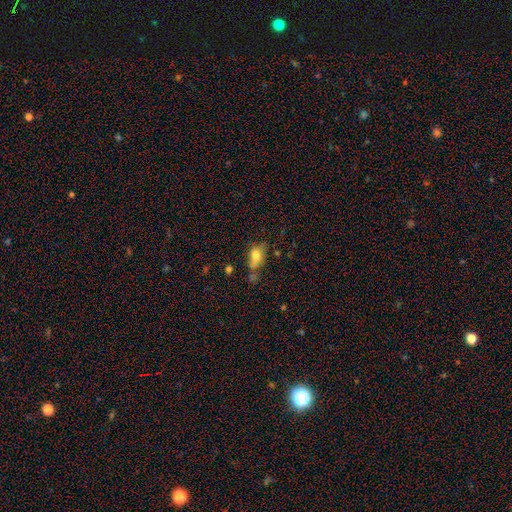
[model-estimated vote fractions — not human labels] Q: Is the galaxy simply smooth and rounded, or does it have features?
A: smooth — 72%.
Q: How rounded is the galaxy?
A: in between — 82%.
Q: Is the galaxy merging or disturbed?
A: none — 39%.